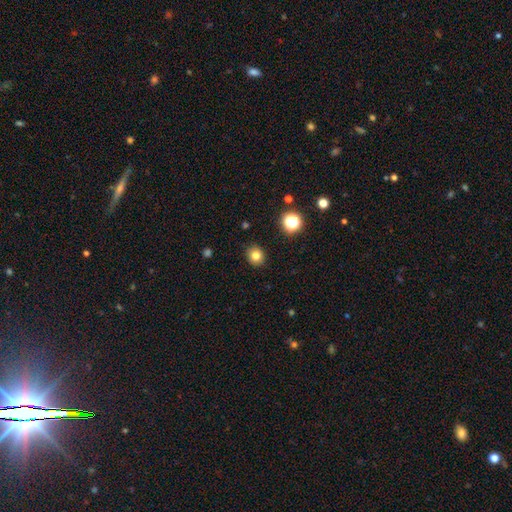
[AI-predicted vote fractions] A smooth galaxy with no disk features (80%) that is round (79%).

Vote fractions:
- Smooth or featured? smooth: 80% / star or artifact: 13% / featured or disk: 7%
- How rounded? round: 79% / in between: 20% / cigar-shaped: 1%
- Merging? none: 90% / minor disturbance: 7% / major disturbance: 2% / merger: 1%